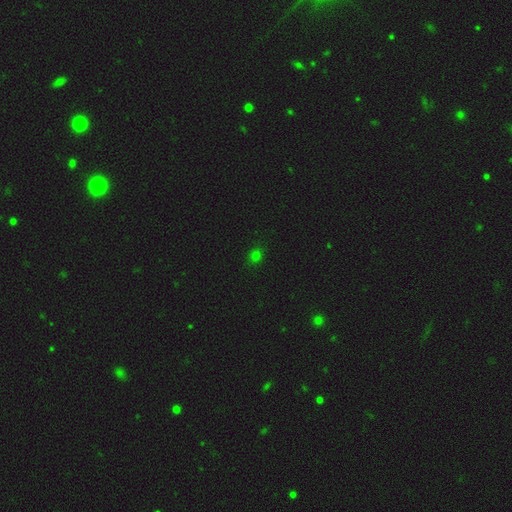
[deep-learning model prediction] Smooth or featured: smooth — 73% (star or artifact — 23%)
How rounded: round — 74% (in between — 25%)
Merging: none — 88% (minor disturbance — 8%)